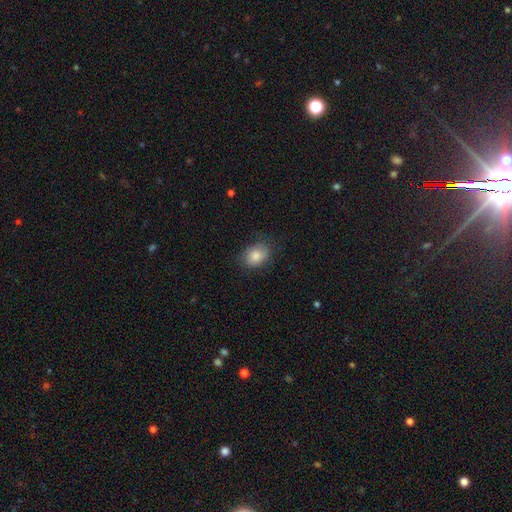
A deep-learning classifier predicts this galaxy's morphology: Q: Smooth or featured?
A: smooth (82%); runner-up: featured or disk (9%)
Q: How rounded?
A: in between (66%); runner-up: round (32%)
Q: Merging?
A: none (74%); runner-up: minor disturbance (19%)